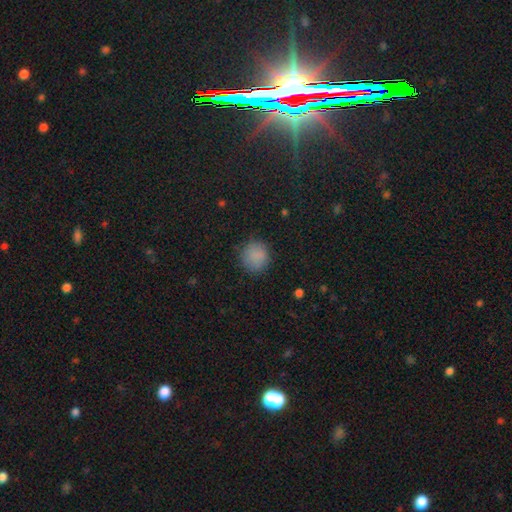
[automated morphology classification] Smooth or featured?
  - smooth: 85% *
  - star or artifact: 10%
  - featured or disk: 5%
How rounded?
  - round: 90% *
  - in between: 9%
  - cigar-shaped: 1%
Merging?
  - none: 85% *
  - minor disturbance: 11%
  - major disturbance: 3%
  - merger: 1%